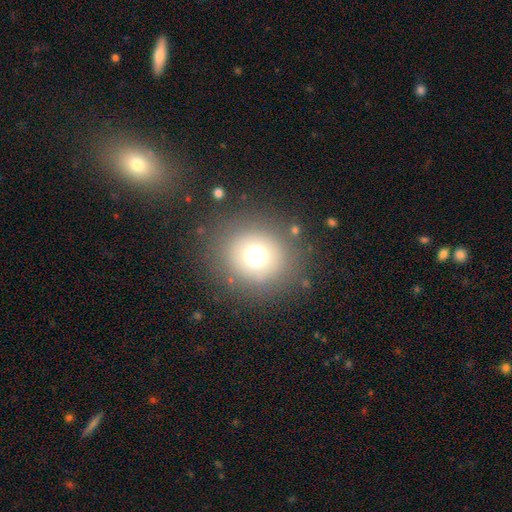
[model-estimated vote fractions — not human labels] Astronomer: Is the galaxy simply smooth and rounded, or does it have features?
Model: smooth — 70%.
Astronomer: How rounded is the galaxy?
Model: round — 90%.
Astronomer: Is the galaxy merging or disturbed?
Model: none — 85%.